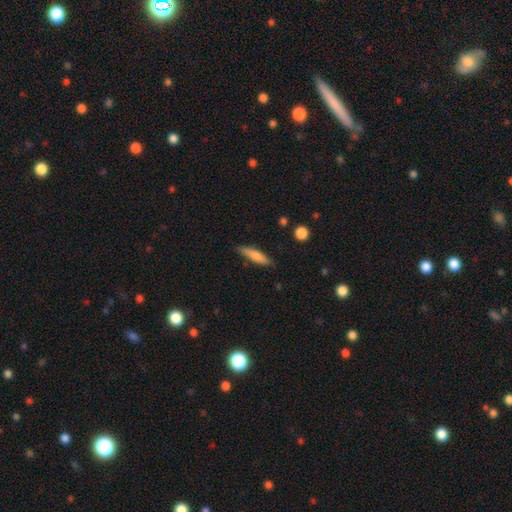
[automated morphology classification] Smooth or featured? smooth (75%)
How rounded? cigar-shaped (78%)
Merging? none (81%)